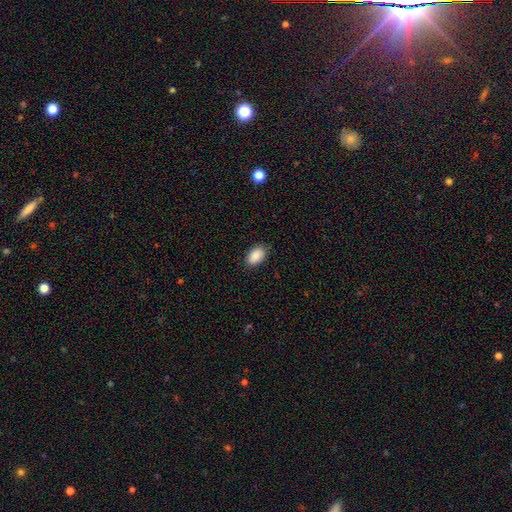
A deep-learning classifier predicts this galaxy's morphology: A smooth galaxy with no disk features (88%) that is in between round and cigar-shaped (92%). Merging: none (86%).